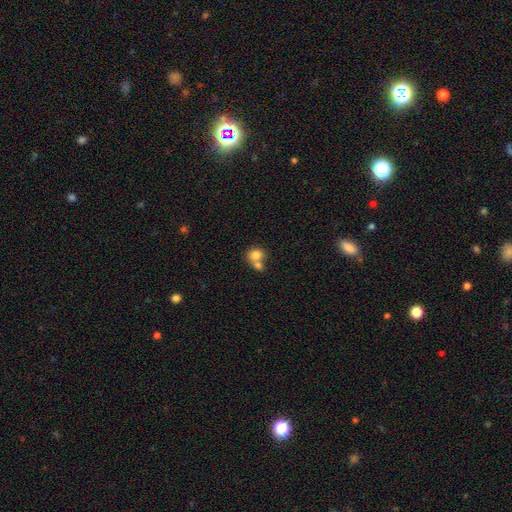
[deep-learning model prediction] Smooth or featured? Predicted: smooth (p=0.80). How rounded? Predicted: round (p=0.60). Merging? Predicted: merger (p=0.56).